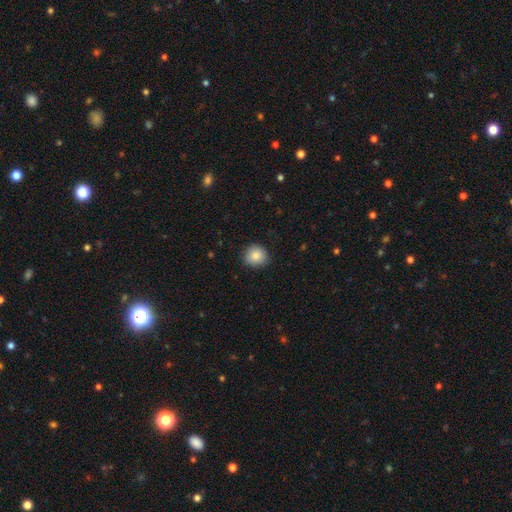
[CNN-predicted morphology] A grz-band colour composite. It shows a smooth galaxy with no disk features (84%) that is round (90%). Merging: none (87%).